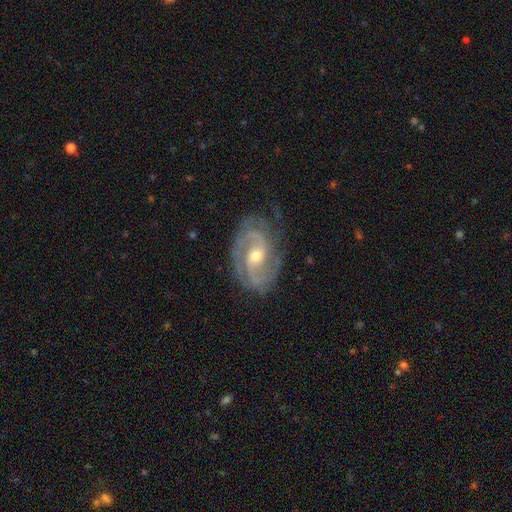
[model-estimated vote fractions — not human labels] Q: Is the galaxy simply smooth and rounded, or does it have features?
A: featured or disk — 91%.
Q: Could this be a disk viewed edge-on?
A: no — 97%.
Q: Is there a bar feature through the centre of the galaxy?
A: no — 45%.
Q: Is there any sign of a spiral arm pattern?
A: yes — 98%.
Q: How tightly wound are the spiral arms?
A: medium — 46%.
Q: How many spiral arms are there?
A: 2 — 76%.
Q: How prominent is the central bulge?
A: moderate — 61%.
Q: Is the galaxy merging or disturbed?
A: none — 75%.